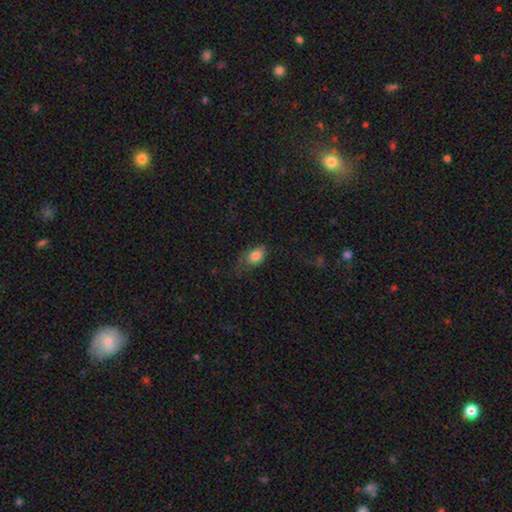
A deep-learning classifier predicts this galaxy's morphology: Overall: smooth (79%). How rounded: in between (79%). Merging: none (46%; minor disturbance 30%).